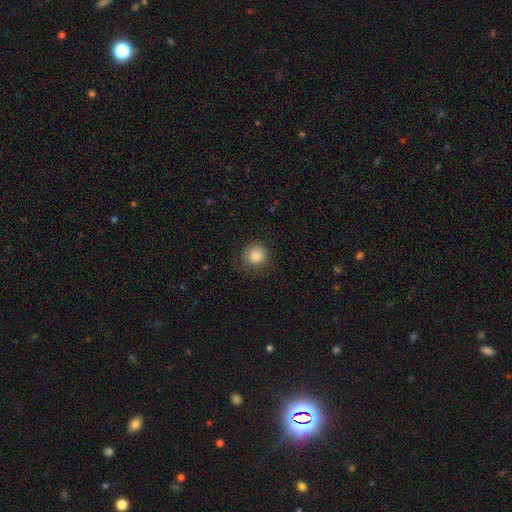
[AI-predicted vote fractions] This is clearly a smooth galaxy (85%). How rounded: clearly round (92%). Merging: clearly none (82%).